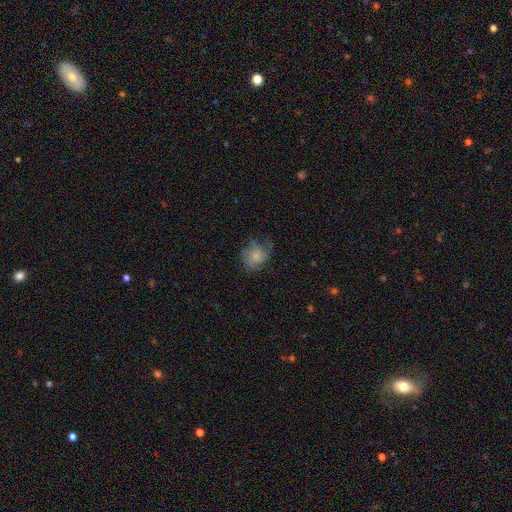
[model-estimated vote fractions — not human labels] Overall: smooth (74%). How rounded: round (67%; in between 32%). Merging: none (52%; minor disturbance 31%).